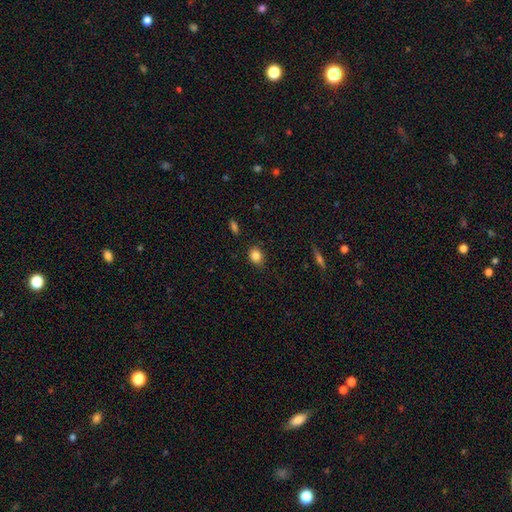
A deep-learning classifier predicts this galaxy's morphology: smooth_or_featured: smooth (p=0.84) [alt: star or artifact p=0.10]
how_rounded: round (p=0.54) [alt: in between p=0.44]
merging: none (p=0.85) [alt: minor disturbance p=0.11]